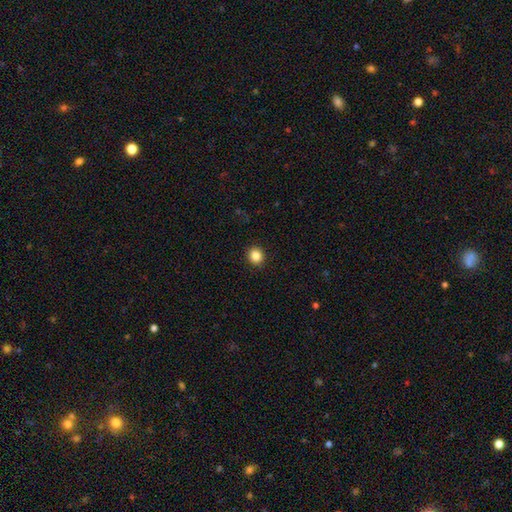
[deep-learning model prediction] Smooth or featured: smooth — 86% (star or artifact — 11%)
How rounded: round — 85% (in between — 14%)
Merging: none — 92% (minor disturbance — 5%)